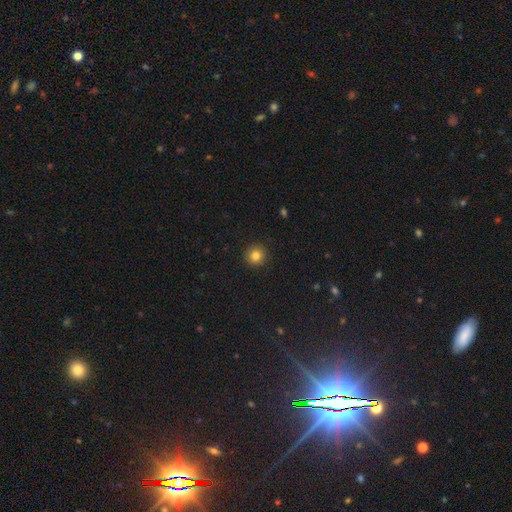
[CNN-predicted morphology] A smooth galaxy with no disk features (82%) that is round (95%).

Vote fractions:
- Smooth or featured? smooth: 82% / star or artifact: 12% / featured or disk: 6%
- How rounded? round: 95% / in between: 4% / cigar-shaped: 1%
- Merging? none: 92% / minor disturbance: 5% / major disturbance: 2% / merger: 1%